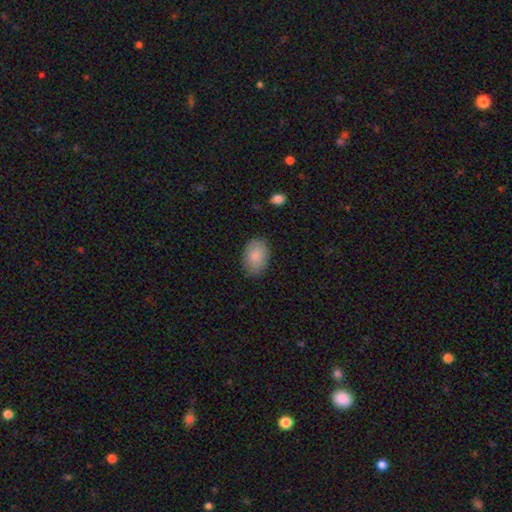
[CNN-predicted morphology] smooth 86%, featured or disk 8%, star or artifact 6%. Down the decision tree: how rounded — in between (87%); merging — none (85%).